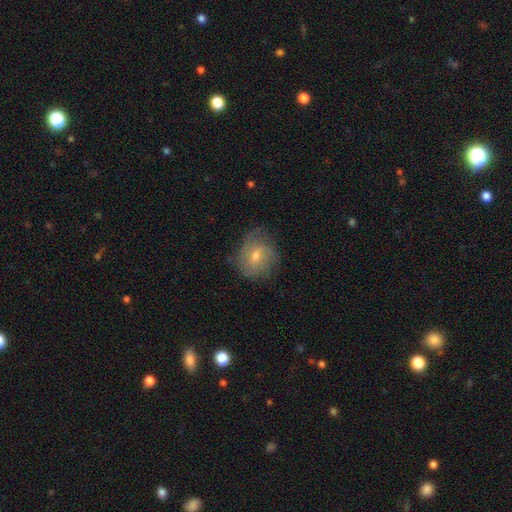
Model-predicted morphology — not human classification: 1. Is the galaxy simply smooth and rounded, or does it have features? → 60% featured or disk, 30% smooth, 11% star or artifact.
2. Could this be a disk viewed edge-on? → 96% no, 4% yes.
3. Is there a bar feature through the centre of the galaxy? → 54% no, 39% weak, 7% strong.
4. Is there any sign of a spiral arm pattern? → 84% yes, 16% no.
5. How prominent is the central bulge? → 48% small (tied), 48% moderate (tied), 2% none, 2% large, 1% dominant.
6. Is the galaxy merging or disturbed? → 71% none, 20% minor disturbance, 8% major disturbance, 1% merger.